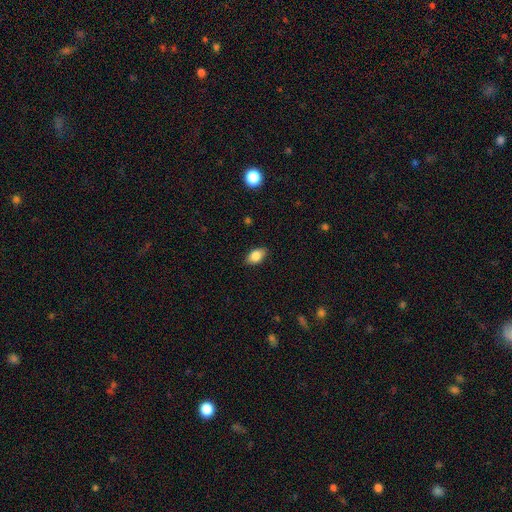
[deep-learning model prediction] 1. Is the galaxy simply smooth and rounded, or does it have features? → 84% smooth, 8% star or artifact, 8% featured or disk.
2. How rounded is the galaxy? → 88% in between, 9% round, 2% cigar-shaped.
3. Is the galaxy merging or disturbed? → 86% none, 11% minor disturbance, 2% major disturbance, 1% merger.